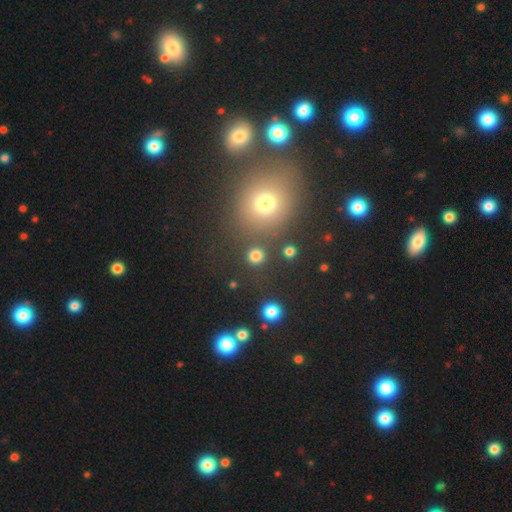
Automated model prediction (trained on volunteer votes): A smooth galaxy with no disk features (80%) that is round (92%). Merging: none (86%).